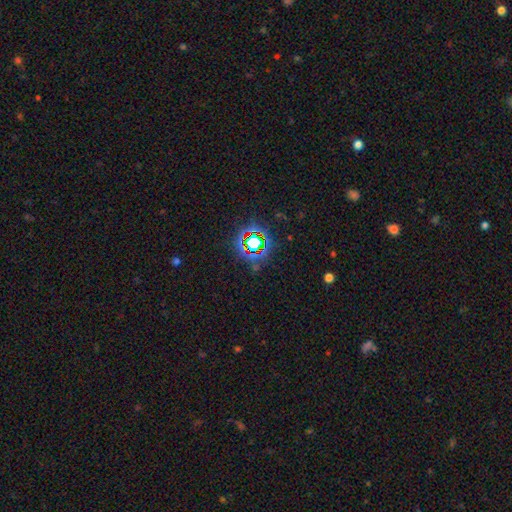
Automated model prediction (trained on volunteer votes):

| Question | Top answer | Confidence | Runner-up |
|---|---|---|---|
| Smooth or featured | star or artifact | 75% | smooth (16%) |